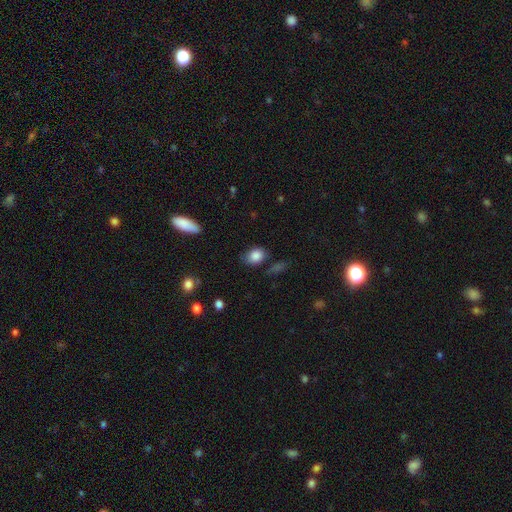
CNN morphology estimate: Smooth or featured? smooth (85%)
How rounded? in between (70%)
Merging? none (68%)